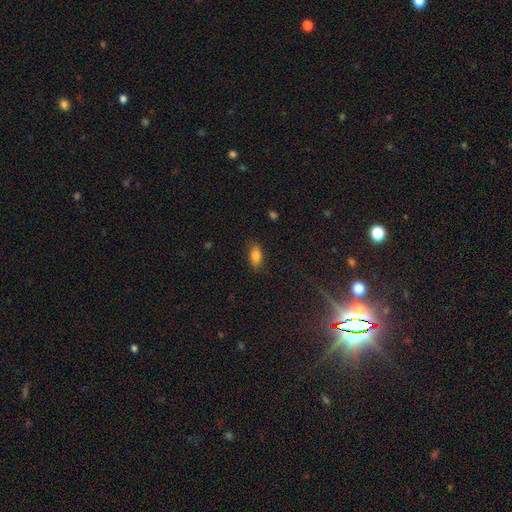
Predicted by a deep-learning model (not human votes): A smooth galaxy with no disk features (84%) that is in between round and cigar-shaped (87%). Merging: none (85%).